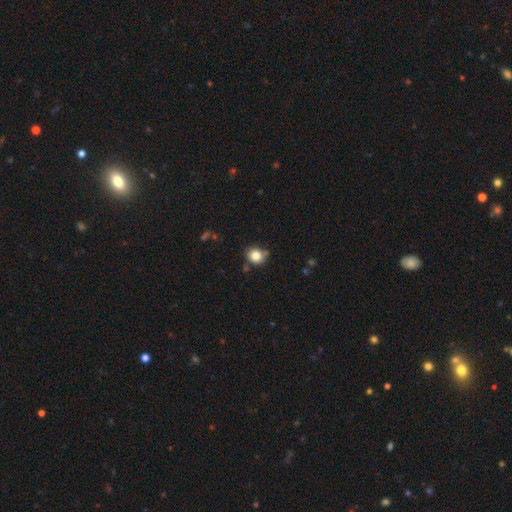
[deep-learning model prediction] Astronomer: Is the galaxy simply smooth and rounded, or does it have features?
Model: smooth — 83%.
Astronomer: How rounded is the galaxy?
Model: round — 73%.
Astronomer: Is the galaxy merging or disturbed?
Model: none — 72%.